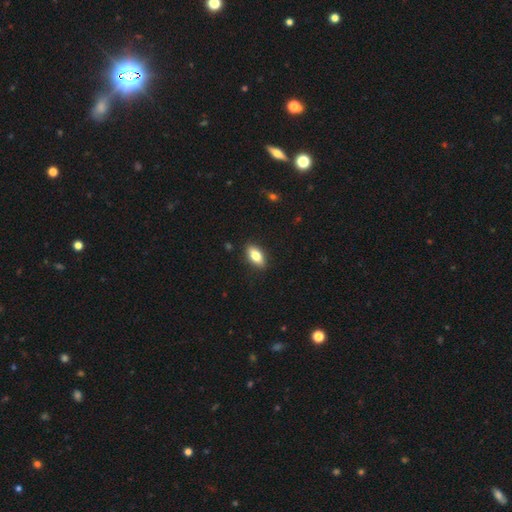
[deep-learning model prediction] smooth_or_featured: smooth (p=0.78) [alt: featured or disk p=0.15]
how_rounded: in between (p=0.86) [alt: cigar-shaped p=0.10]
merging: none (p=0.88) [alt: minor disturbance p=0.09]